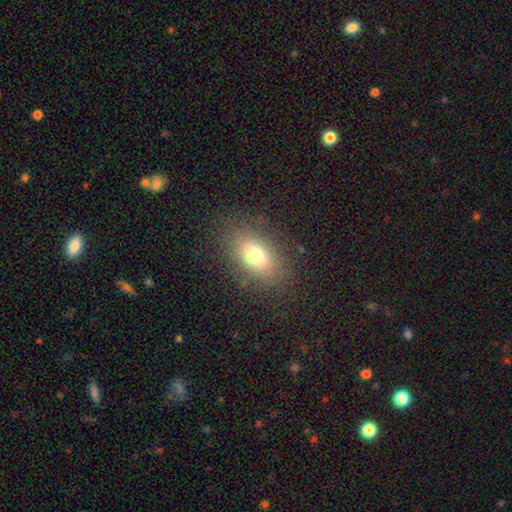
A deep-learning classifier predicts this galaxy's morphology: This is likely a smooth galaxy (73%). How rounded: likely in between (78%). Merging: clearly none (83%).